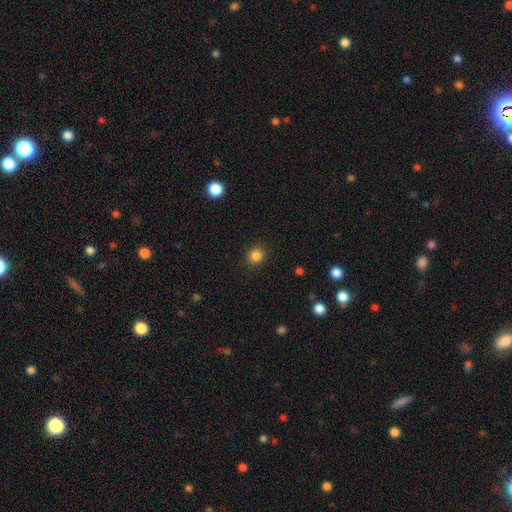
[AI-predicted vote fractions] Smooth or featured? smooth (84%)
How rounded? round (86%)
Merging? none (90%)